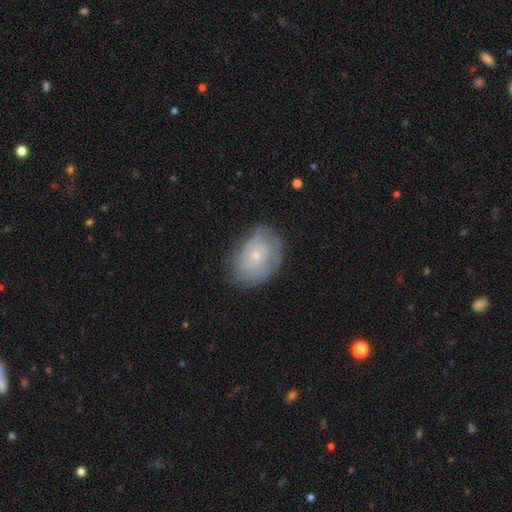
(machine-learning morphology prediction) Q: Smooth or featured?
A: featured or disk (54%); runner-up: smooth (37%)
Q: Edge-on disk?
A: no (95%); runner-up: yes (5%)
Q: Bar?
A: no (84%); runner-up: weak (13%)
Q: Spiral arms?
A: yes (70%); runner-up: no (30%)
Q: Bulge size?
A: small (80%); runner-up: moderate (16%)
Q: Merging?
A: none (73%); runner-up: minor disturbance (20%)